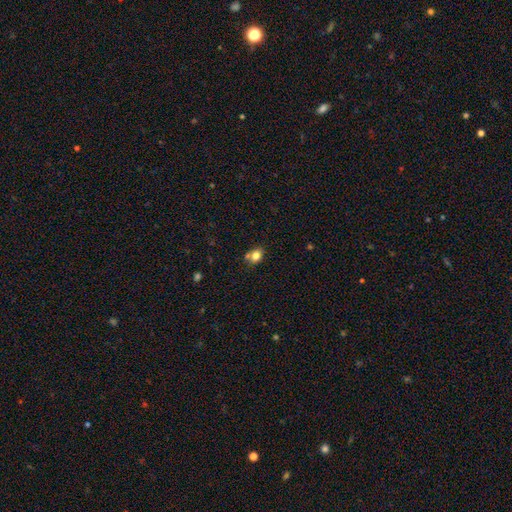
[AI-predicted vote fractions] Q: Smooth or featured?
A: smooth (78%); runner-up: star or artifact (12%)
Q: How rounded?
A: in between (58%); runner-up: round (41%)
Q: Merging?
A: none (61%); runner-up: merger (20%)